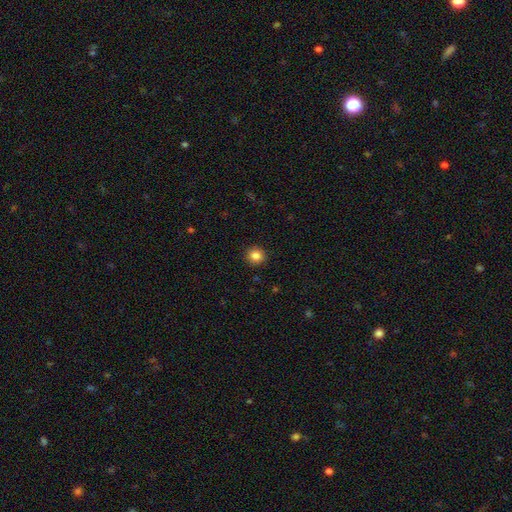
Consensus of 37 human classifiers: Smooth or featured? smooth (92%)
How rounded? round (88%)
Merging? none (91%)